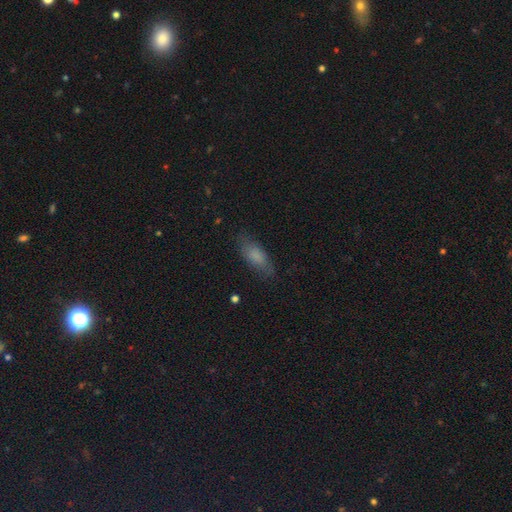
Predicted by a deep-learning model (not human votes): Smooth or featured? smooth (79%)
How rounded? in between (73%)
Merging? none (78%)